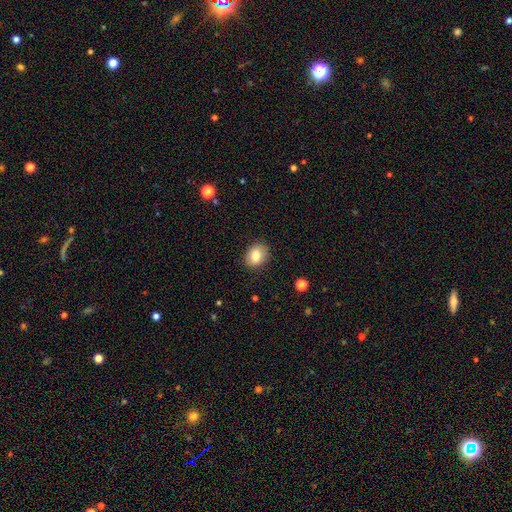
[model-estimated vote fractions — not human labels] smooth 81%, featured or disk 10%, star or artifact 8%. Down the decision tree: how rounded — in between (62%); merging — none (86%).